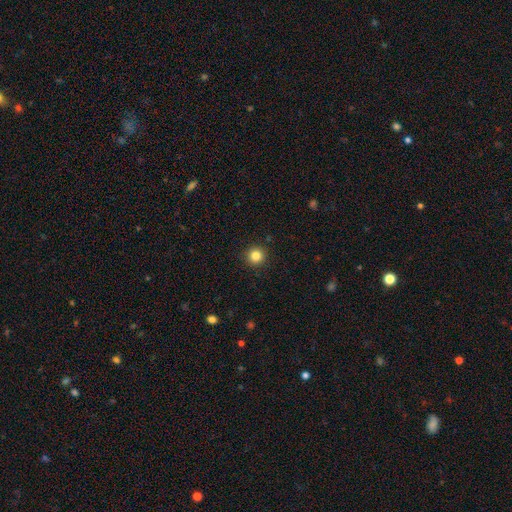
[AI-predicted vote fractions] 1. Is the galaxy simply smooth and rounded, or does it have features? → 83% smooth, 12% star or artifact, 5% featured or disk.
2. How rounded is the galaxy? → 95% round, 4% in between, 1% cigar-shaped.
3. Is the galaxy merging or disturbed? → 92% none, 5% minor disturbance, 2% major disturbance, 1% merger.